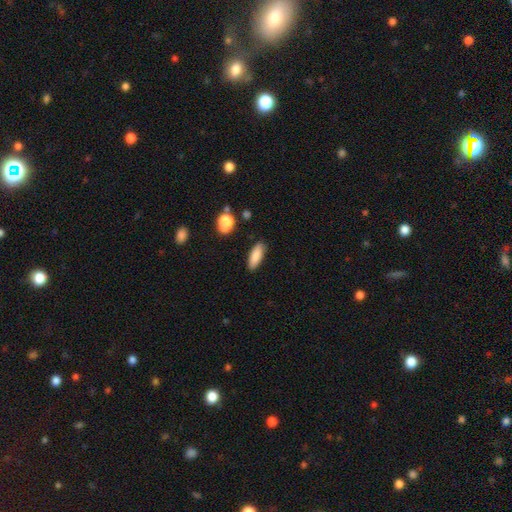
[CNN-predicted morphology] This is clearly a smooth galaxy (85%). How rounded: likely in between (63%). Merging: clearly none (86%).